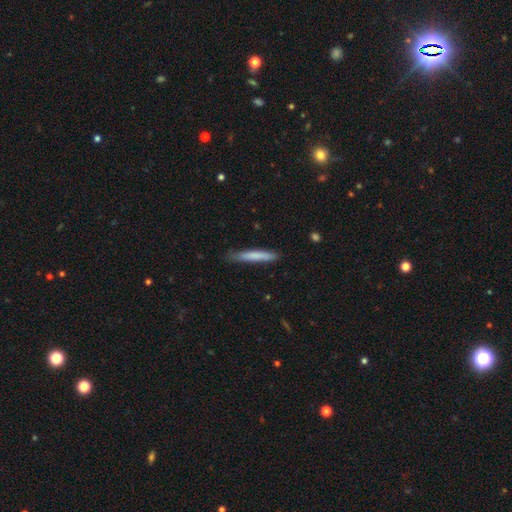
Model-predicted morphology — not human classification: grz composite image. It shows a smooth galaxy with no disk features (74%) that is cigar-shaped (95%). Merging: none (79%).